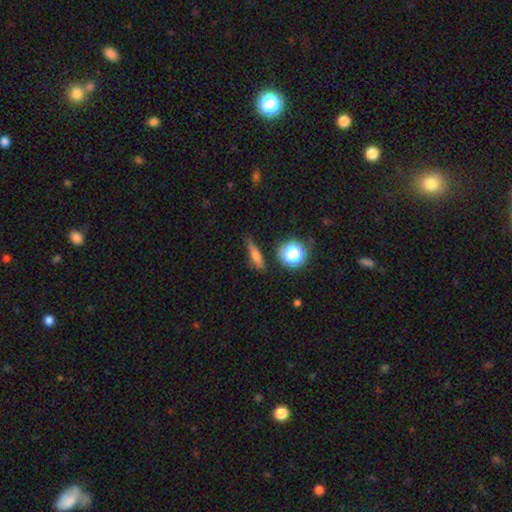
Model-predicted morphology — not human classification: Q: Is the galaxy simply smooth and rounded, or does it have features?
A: smooth — 63%.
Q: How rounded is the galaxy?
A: cigar-shaped — 65%.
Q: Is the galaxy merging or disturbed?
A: none — 76%.